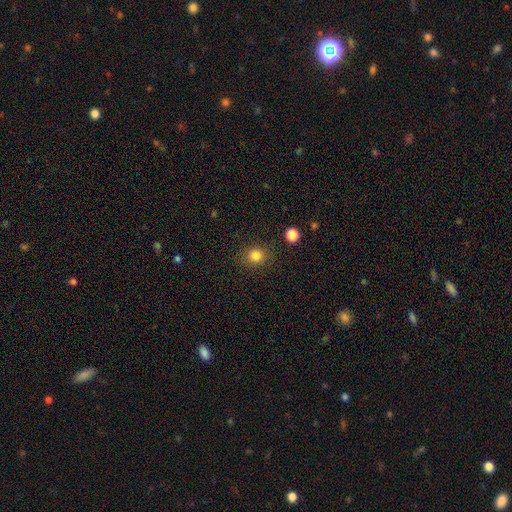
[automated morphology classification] This appears to be a smooth galaxy with no disk features (82%) that is round (81%). Merging: none (87%).